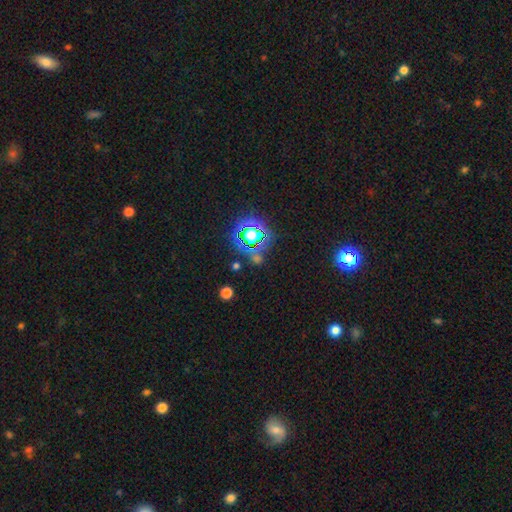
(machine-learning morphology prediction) smooth-or-featured: star or artifact: 71% | smooth: 20% | featured or disk: 9%